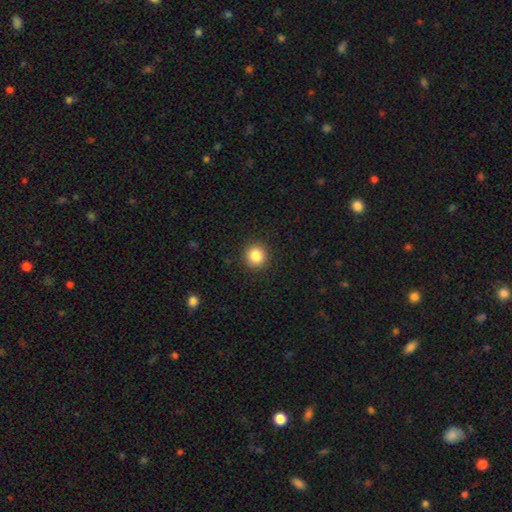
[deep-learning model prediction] A smooth galaxy with no disk features (85%) that is round (94%).

Vote fractions:
- Smooth or featured? smooth: 85% / star or artifact: 10% / featured or disk: 4%
- How rounded? round: 94% / in between: 5% / cigar-shaped: 1%
- Merging? none: 92% / minor disturbance: 5% / major disturbance: 2% / merger: 1%